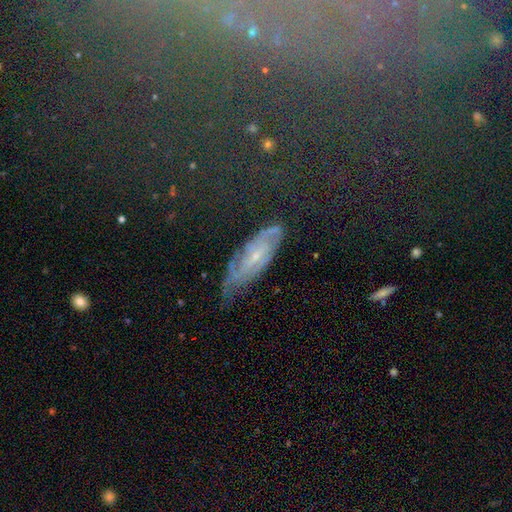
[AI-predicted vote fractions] smooth-or-featured: featured or disk: 71% | smooth: 18% | star or artifact: 11%
  disk-edge-on: no: 85% | yes: 15%
    bar: no: 44% | weak: 42% | strong: 14%
    has-spiral-arms: yes: 86% | no: 14%
      spiral-winding: tight: 51% | medium: 35% | loose: 14%
      spiral-arm-count: 2: 44% | can't tell: 38% | 3: 7% | 1: 4% | 4: 4% | more than 4: 3%
    bulge-size: small: 77% | moderate: 18% | none: 3% | large: 1% | dominant: 1%
  merging: none: 68% | minor disturbance: 23% | major disturbance: 7% | merger: 2%